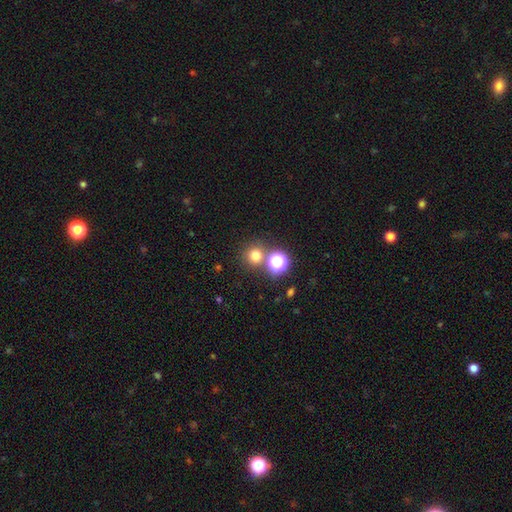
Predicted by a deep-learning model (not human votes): A smooth galaxy with no disk features (71%) that is round (92%). Merging: none (75%).